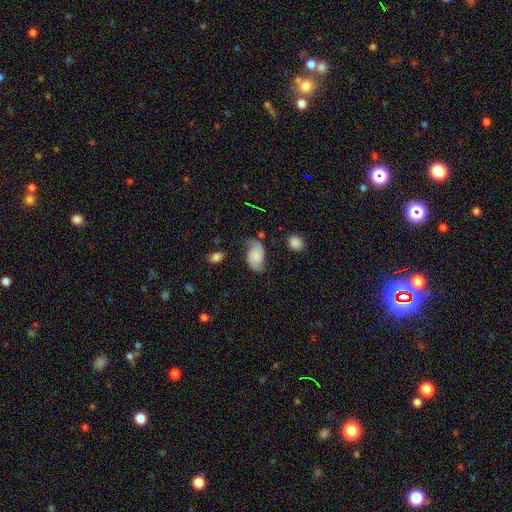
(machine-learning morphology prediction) type=featured or disk (61%); edge-on=no (97%); bar=no (69%); spiral arms=yes (93%); winding=loose (41%); arm count=2 (88%); bulge=none (43%); merging=none (62%).